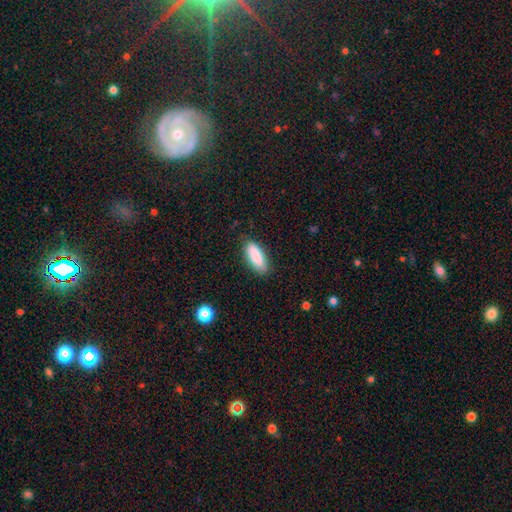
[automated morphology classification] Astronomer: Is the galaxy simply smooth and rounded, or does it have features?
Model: smooth — 86%.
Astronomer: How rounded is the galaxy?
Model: in between — 70%.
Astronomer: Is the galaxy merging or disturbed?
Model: none — 84%.